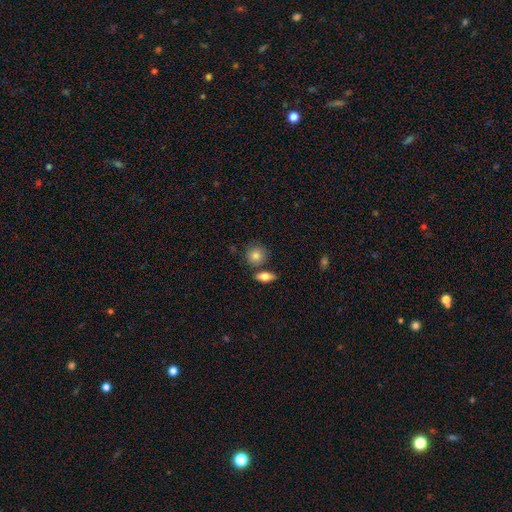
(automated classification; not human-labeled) Smooth or featured?
  - smooth: 81% *
  - featured or disk: 11%
  - star or artifact: 8%
How rounded?
  - round: 80% *
  - in between: 18%
  - cigar-shaped: 2%
Merging?
  - none: 70% *
  - merger: 15%
  - minor disturbance: 11%
  - major disturbance: 3%